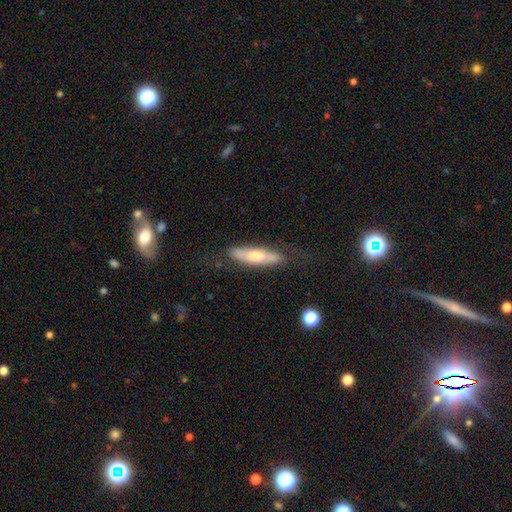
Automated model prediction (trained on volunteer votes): The model was most divided on "smooth or featured": smooth: 50%, featured or disk: 44%, star or artifact: 6%. More confident: merging — none (70%); how rounded — cigar-shaped (68%).